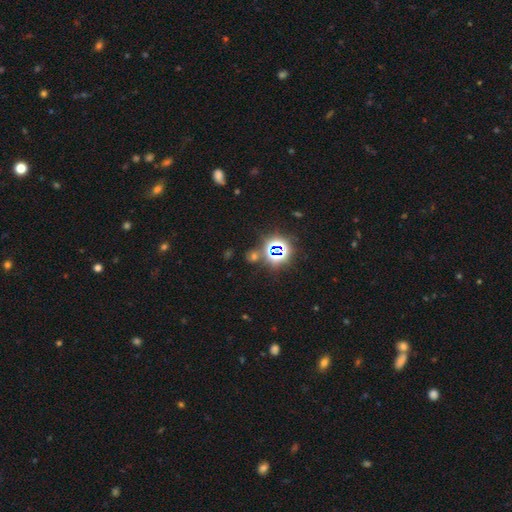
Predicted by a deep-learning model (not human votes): Smooth or featured: star or artifact — 76% (smooth — 16%)